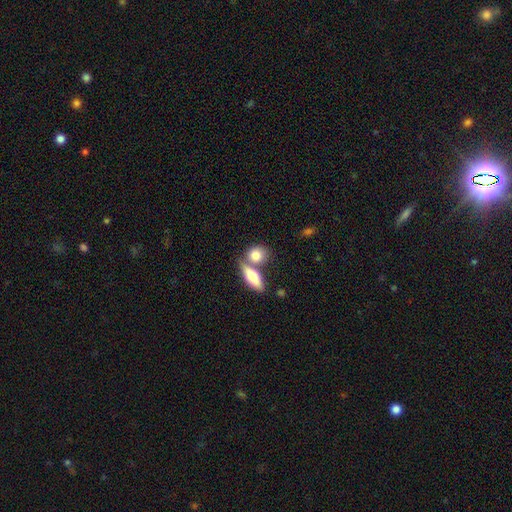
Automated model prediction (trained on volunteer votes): smooth-or-featured: smooth: 79% | featured or disk: 14% | star or artifact: 6%
  how-rounded: in between: 53% | round: 37% | cigar-shaped: 10%
  merging: none: 44% | merger: 42% | minor disturbance: 10% | major disturbance: 4%